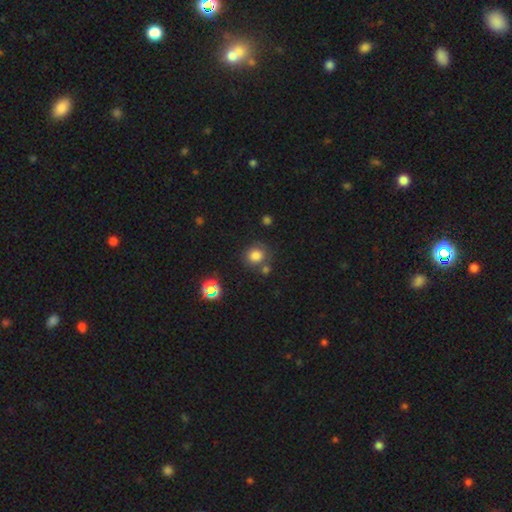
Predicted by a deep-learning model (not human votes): Q: Smooth or featured?
A: smooth (78%); runner-up: star or artifact (15%)
Q: How rounded?
A: round (84%); runner-up: in between (15%)
Q: Merging?
A: none (72%); runner-up: merger (12%)